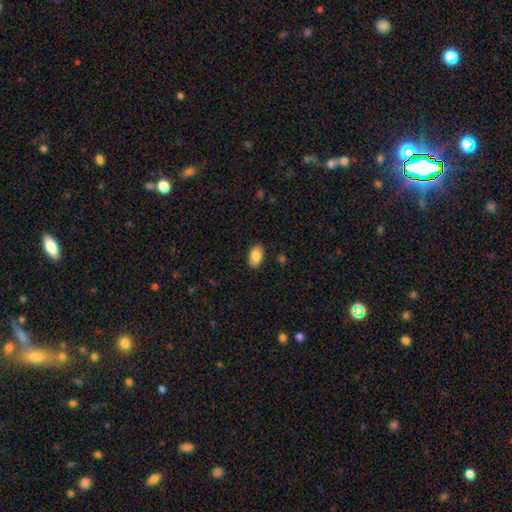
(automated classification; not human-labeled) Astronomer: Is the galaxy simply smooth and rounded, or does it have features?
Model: smooth — 85%.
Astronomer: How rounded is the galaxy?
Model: in between — 93%.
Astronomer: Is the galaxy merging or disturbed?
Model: none — 87%.